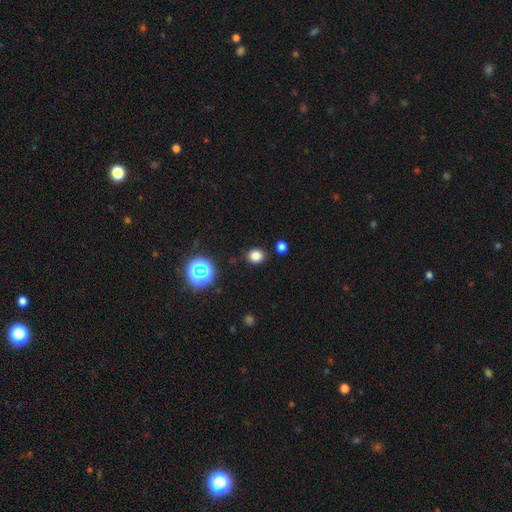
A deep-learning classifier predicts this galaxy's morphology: smooth-or-featured: smooth: 78% | star or artifact: 17% | featured or disk: 5%
  how-rounded: round: 77% | in between: 22% | cigar-shaped: 1%
  merging: none: 87% | minor disturbance: 8% | merger: 3% | major disturbance: 3%